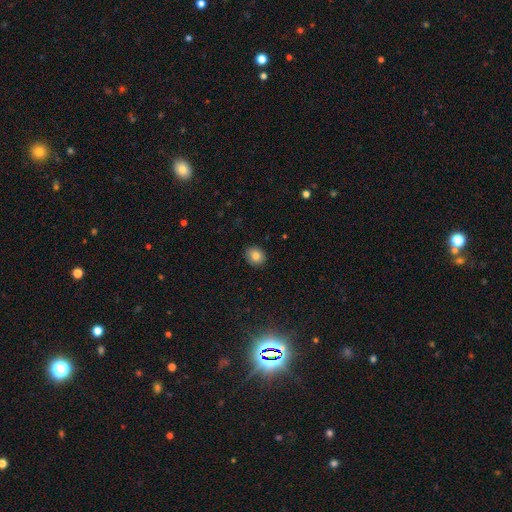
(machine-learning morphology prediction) The model was most divided on "how rounded": round: 69%, in between: 30%, cigar-shaped: 1%. More confident: merging — none (89%); smooth or featured — smooth (83%).